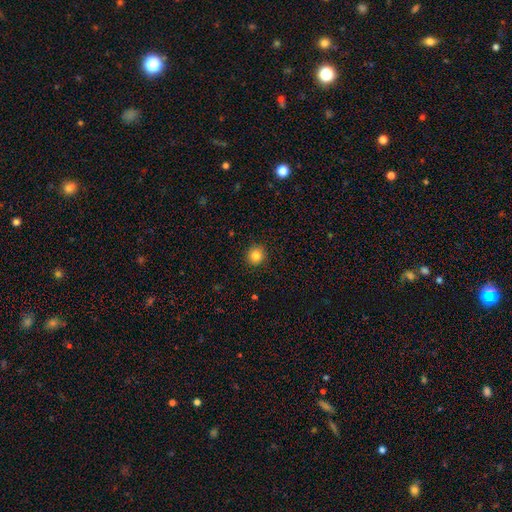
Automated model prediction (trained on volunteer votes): Morphology: type=smooth (84%); roundness=round (92%); merging=none (91%).